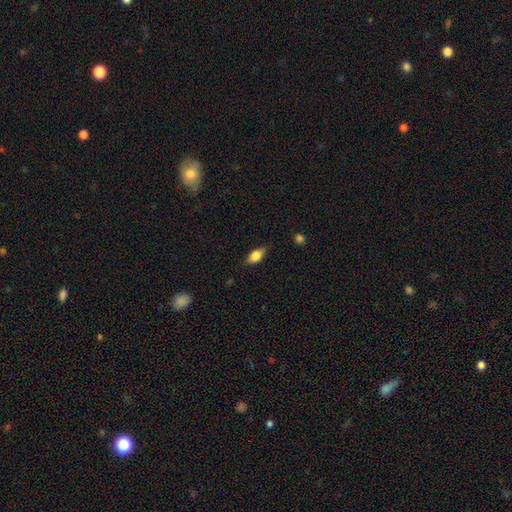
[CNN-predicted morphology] Smooth or featured? smooth (74%)
How rounded? in between (84%)
Merging? none (80%)